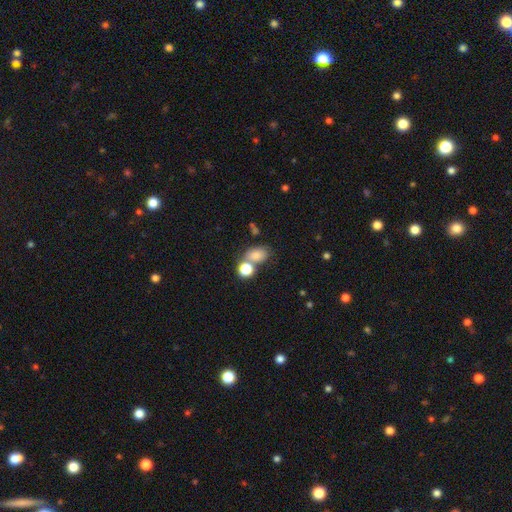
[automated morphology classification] smooth 79%, star or artifact 12%, featured or disk 9%. Down the decision tree: how rounded — in between (69%); merging — none (47%).